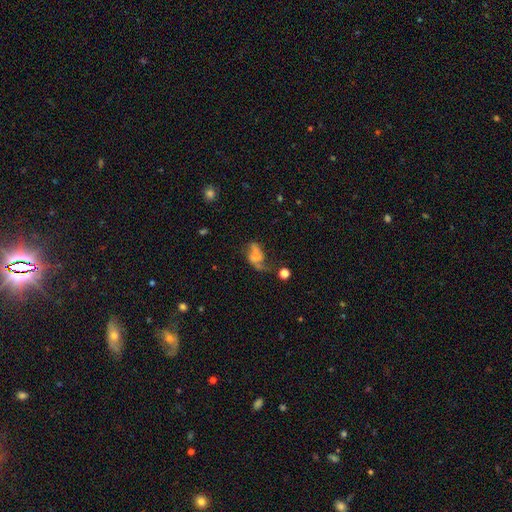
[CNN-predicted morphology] Smooth or featured?
  - featured or disk: 48% *
  - smooth: 36%
  - star or artifact: 17%
Merging?
  - major disturbance: 38% *
  - none: 26%
  - minor disturbance: 21%
  - merger: 16%